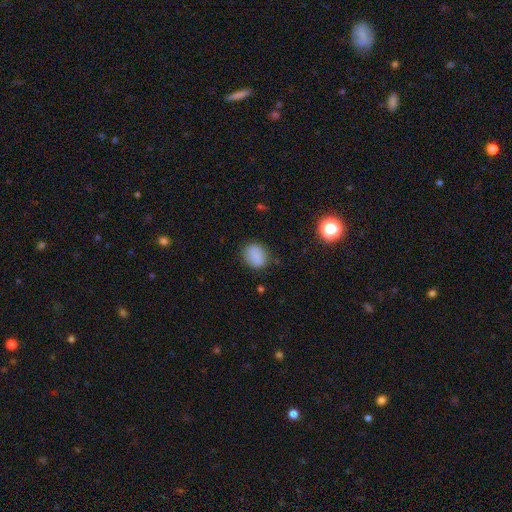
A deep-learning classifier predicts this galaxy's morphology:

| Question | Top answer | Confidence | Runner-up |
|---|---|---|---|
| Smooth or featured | smooth | 84% | star or artifact (11%) |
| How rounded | round | 49% | tied: in between (49%) |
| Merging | none | 80% | minor disturbance (14%) |